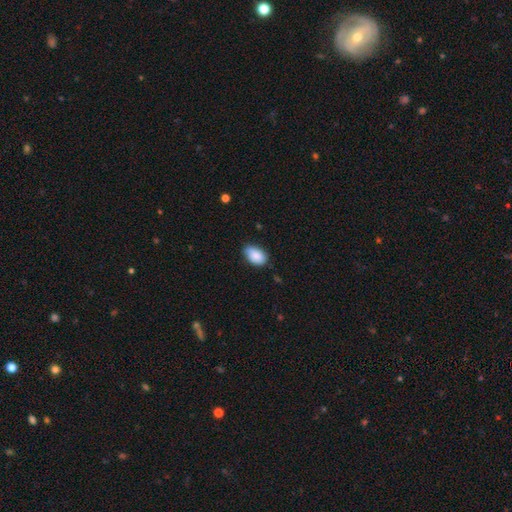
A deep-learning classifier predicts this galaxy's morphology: This appears to be a smooth galaxy with no disk features (86%) that is in between round and cigar-shaped (90%). Merging: none (68%).